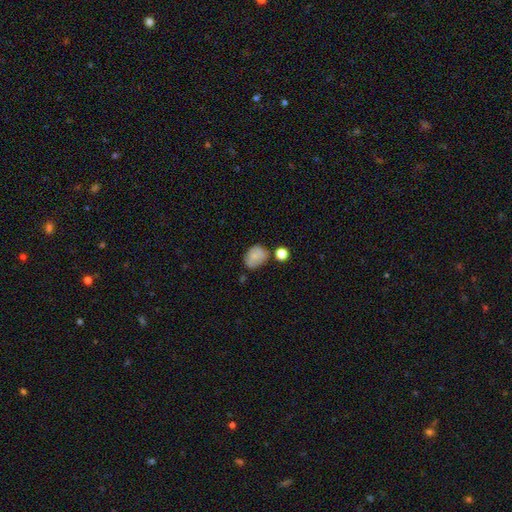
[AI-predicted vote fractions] This is likely a smooth galaxy (74%). How rounded: likely in between (62%). Merging: possibly none (52%).